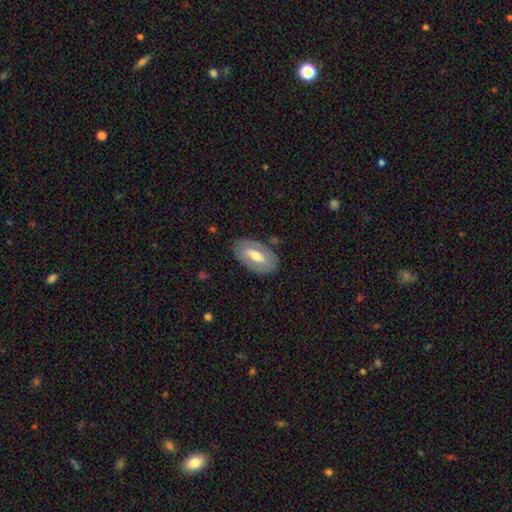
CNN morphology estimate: This is possibly a smooth galaxy (47%, tied with featured or disk). Merging: clearly none (82%).